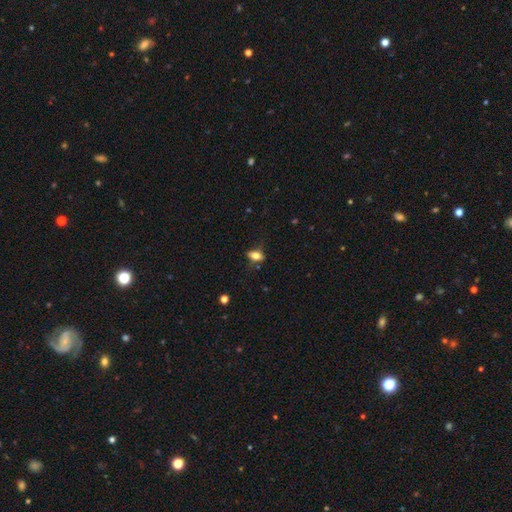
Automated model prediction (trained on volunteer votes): This appears to be a smooth galaxy with no disk features (66%) that is in between round and cigar-shaped (78%). Merging: none (63%).